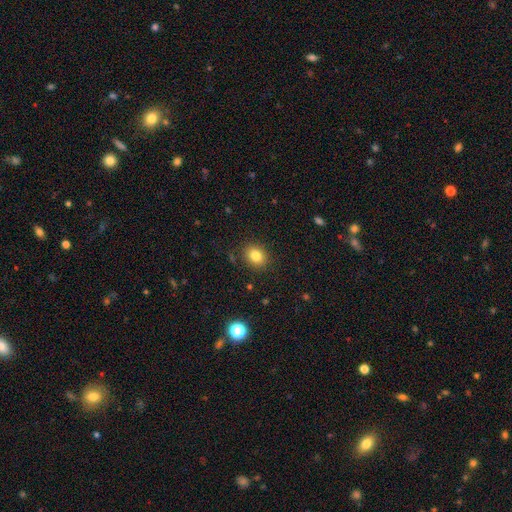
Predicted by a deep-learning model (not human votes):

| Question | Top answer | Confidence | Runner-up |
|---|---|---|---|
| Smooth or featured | smooth | 82% | star or artifact (11%) |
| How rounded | in between | 50% | round (49%) |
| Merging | none | 87% | minor disturbance (9%) |